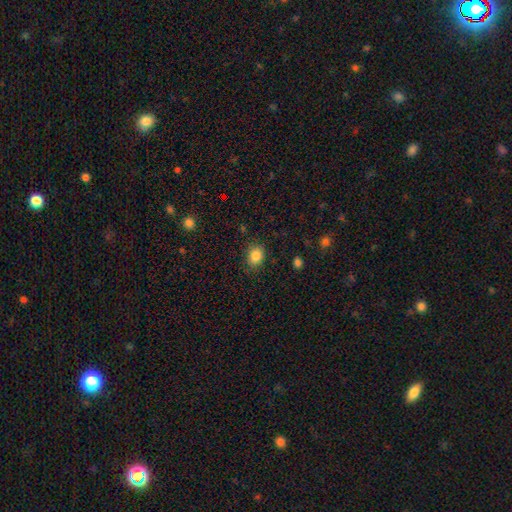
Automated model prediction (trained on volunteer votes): Smooth or featured?
  - smooth: 85% *
  - star or artifact: 10%
  - featured or disk: 5%
How rounded?
  - in between: 53% *
  - round: 46%
  - cigar-shaped: 1%
Merging?
  - none: 82% *
  - minor disturbance: 13%
  - major disturbance: 3%
  - merger: 1%